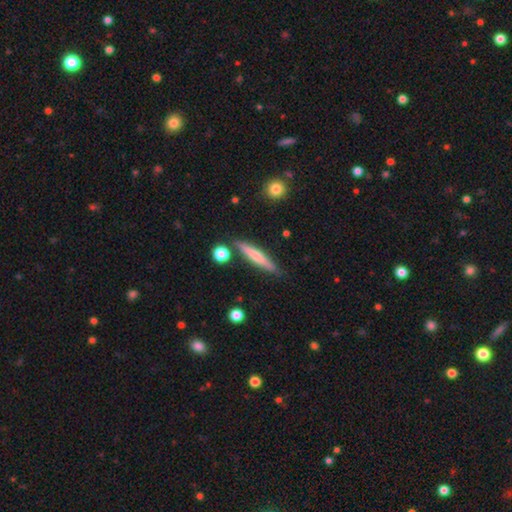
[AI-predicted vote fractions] The model was most divided on "smooth or featured": smooth: 58%, featured or disk: 36%, star or artifact: 6%. More confident: how rounded — cigar-shaped (92%); merging — none (83%).